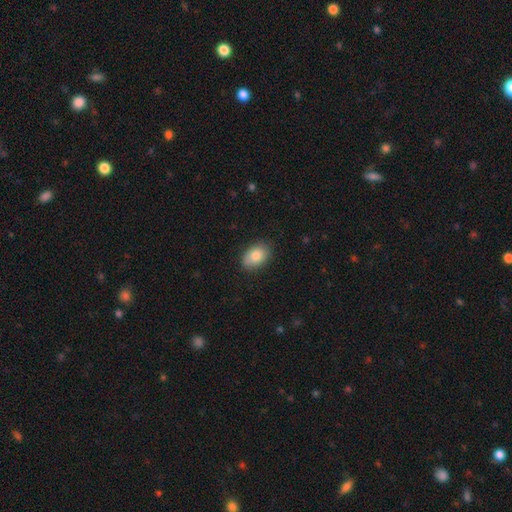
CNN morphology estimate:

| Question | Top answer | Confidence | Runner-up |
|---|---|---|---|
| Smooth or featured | smooth | 82% | featured or disk (10%) |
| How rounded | in between | 85% | round (14%) |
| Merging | none | 83% | minor disturbance (13%) |